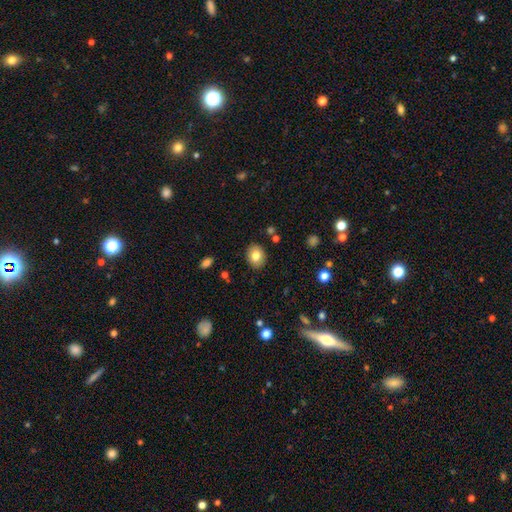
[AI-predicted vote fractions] Morphology: type=smooth (79%); roundness=round (56%); merging=none (88%).